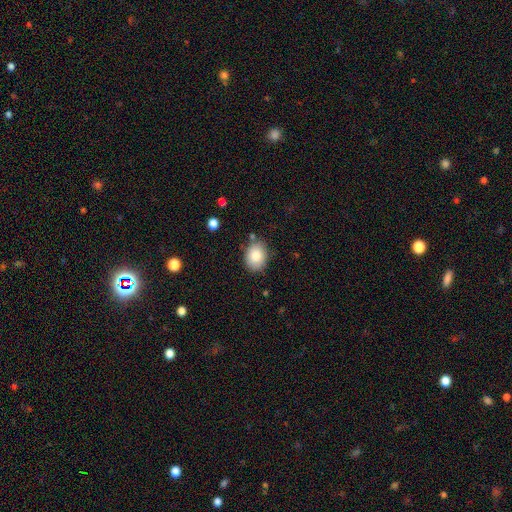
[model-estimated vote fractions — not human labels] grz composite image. It shows a smooth galaxy with no disk features (84%) that is in between round and cigar-shaped (68%). Merging: none (79%).